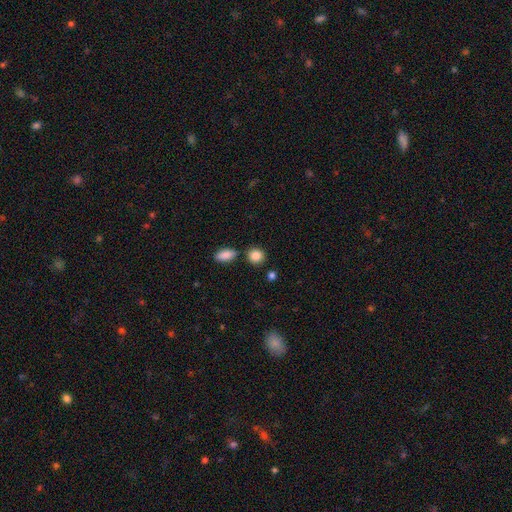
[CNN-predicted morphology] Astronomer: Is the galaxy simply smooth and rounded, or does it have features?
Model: smooth — 87%.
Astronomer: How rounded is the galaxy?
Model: round — 79%.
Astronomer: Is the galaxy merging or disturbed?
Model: none — 79%.